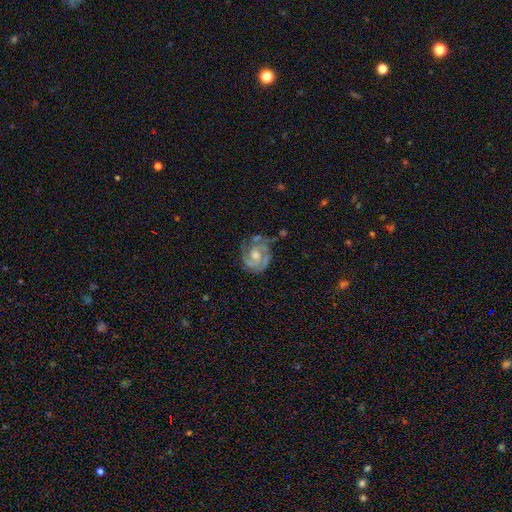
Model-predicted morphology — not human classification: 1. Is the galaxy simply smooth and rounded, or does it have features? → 85% featured or disk, 8% smooth, 7% star or artifact.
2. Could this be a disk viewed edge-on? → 98% no, 2% yes.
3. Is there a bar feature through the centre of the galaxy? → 62% no, 30% weak, 7% strong.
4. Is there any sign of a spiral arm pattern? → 96% yes, 4% no.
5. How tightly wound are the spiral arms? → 61% tight, 33% medium, 6% loose.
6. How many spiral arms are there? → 37% 2, 34% 3, 14% can't tell, 6% 4, 4% 1, 4% more than 4.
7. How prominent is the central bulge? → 64% moderate, 25% small, 7% large, 3% none, 1% dominant.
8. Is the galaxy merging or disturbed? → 69% none, 20% minor disturbance, 9% major disturbance, 2% merger.